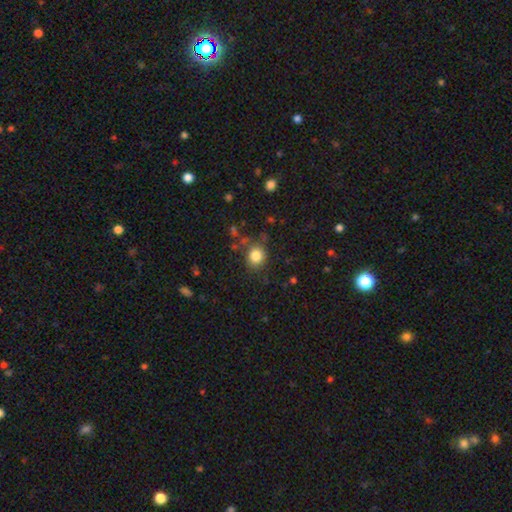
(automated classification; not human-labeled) Smooth or featured: smooth — 83% (star or artifact — 11%)
How rounded: round — 79% (in between — 20%)
Merging: none — 78% (minor disturbance — 13%)